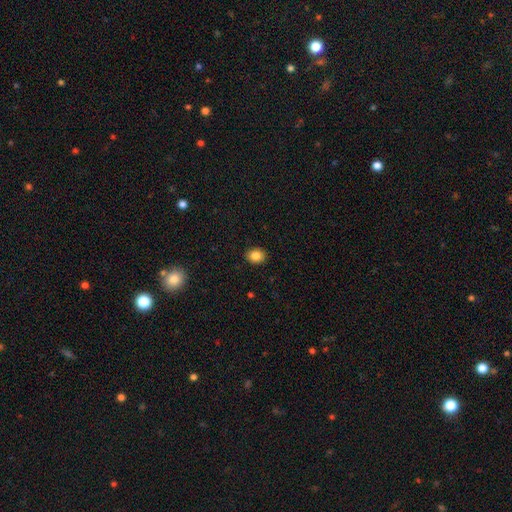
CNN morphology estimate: smooth-or-featured: smooth: 86% | star or artifact: 9% | featured or disk: 5%
  how-rounded: round: 57% | in between: 42% | cigar-shaped: 1%
  merging: none: 90% | minor disturbance: 7% | major disturbance: 2% | merger: 1%